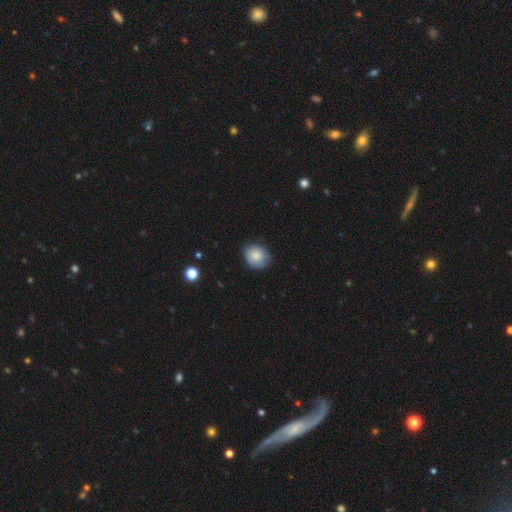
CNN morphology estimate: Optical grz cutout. It shows a smooth galaxy with no disk features (79%) that is round (71%). Merging: none (71%).